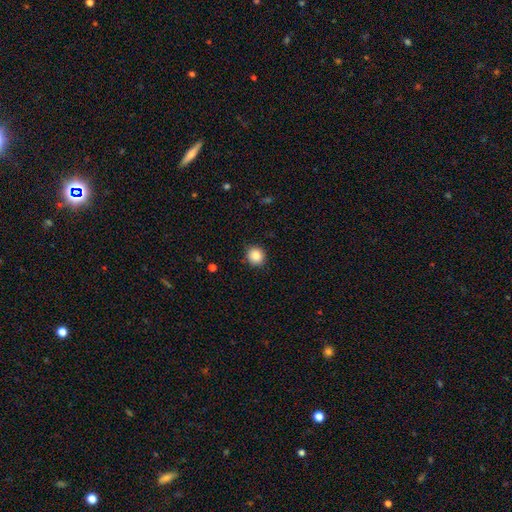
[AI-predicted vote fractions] Smooth or featured? smooth (86%)
How rounded? round (90%)
Merging? none (89%)